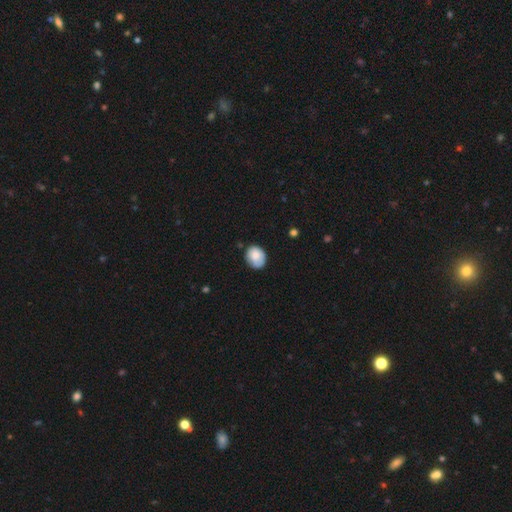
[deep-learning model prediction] smooth-or-featured: smooth: 76% | featured or disk: 16% | star or artifact: 8%
  how-rounded: round: 56% | in between: 44% | cigar-shaped: 1%
  merging: none: 67% | minor disturbance: 26% | major disturbance: 5% | merger: 2%